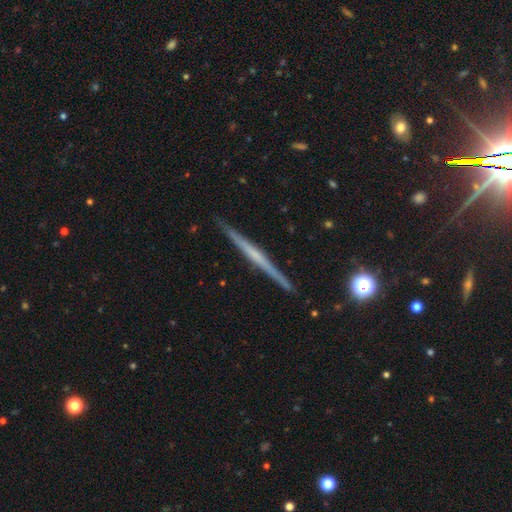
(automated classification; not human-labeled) Smooth or featured? Predicted: featured or disk (p=0.69). Edge-on disk? Predicted: yes (p=0.98). Edge-on bulge? Predicted: none (p=0.66). Merging? Predicted: none (p=0.92).